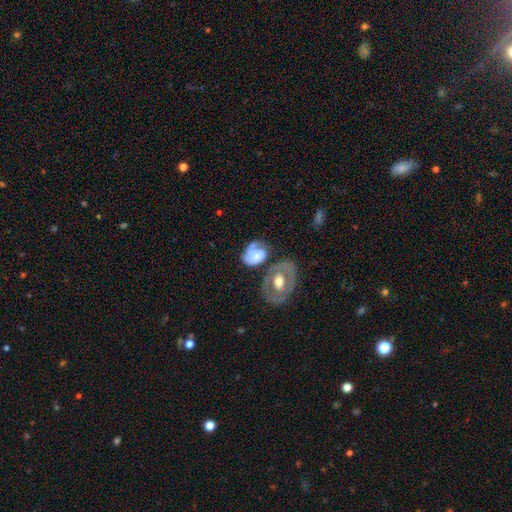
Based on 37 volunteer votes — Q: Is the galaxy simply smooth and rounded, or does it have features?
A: featured or disk — 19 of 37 (51%).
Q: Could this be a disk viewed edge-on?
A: no — 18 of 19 (95%).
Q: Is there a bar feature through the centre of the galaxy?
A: no — 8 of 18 (44%).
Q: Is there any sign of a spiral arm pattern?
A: yes — 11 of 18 (61%).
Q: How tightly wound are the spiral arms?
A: medium — 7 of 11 (64%).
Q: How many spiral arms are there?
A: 2 — 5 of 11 (45%).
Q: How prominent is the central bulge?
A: moderate — 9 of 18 (50%).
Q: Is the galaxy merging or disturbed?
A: none — 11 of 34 (32%).